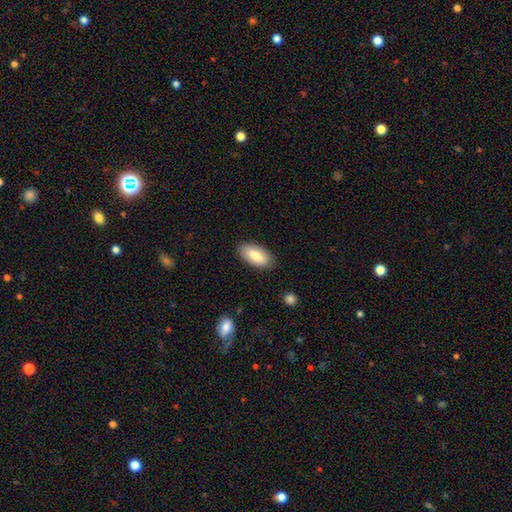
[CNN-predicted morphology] Smooth or featured: smooth — 83% (featured or disk — 11%)
How rounded: in between — 88% (cigar-shaped — 10%)
Merging: none — 87% (minor disturbance — 9%)